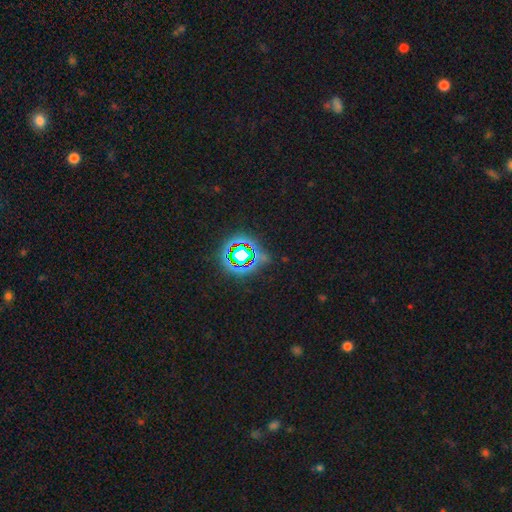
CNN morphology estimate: star or artifact 75%, smooth 15%, featured or disk 10%.